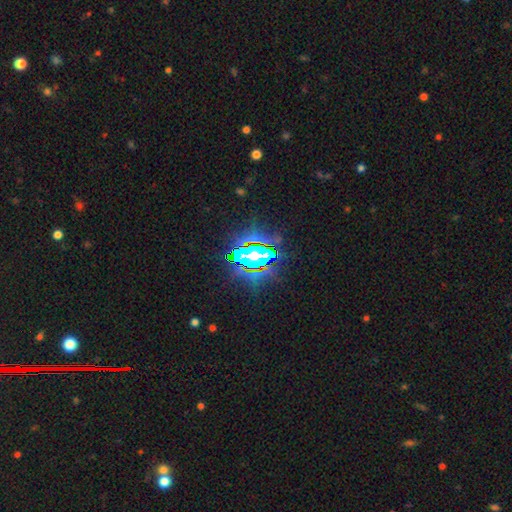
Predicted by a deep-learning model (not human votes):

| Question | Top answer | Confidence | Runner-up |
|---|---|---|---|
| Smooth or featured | star or artifact | 82% | smooth (10%) |